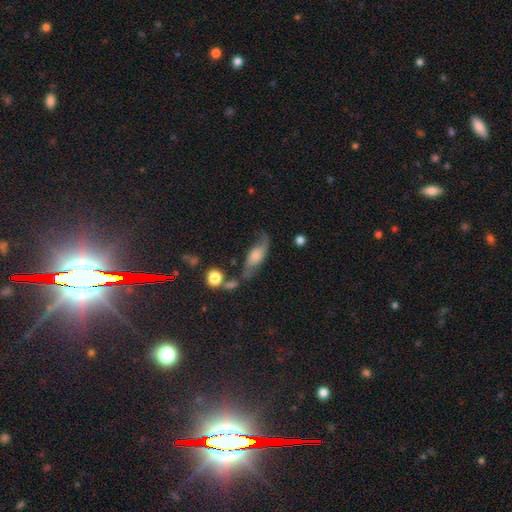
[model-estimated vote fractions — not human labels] A featured or disk galaxy (55%).

Vote fractions:
- Smooth or featured? featured or disk: 55% / smooth: 37% / star or artifact: 8%
- Edge-on disk? no: 76% / yes: 24%
- Merging? none: 52% / minor disturbance: 25% / major disturbance: 14% / merger: 8%